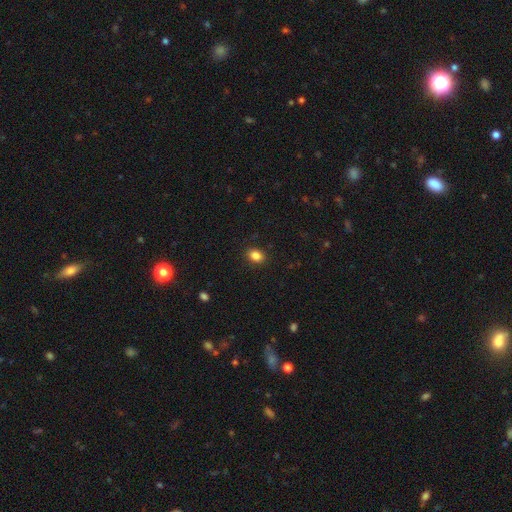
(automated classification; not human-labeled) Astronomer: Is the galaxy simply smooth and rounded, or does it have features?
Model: smooth — 85%.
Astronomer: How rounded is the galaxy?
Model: in between — 70%.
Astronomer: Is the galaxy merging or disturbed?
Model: none — 89%.